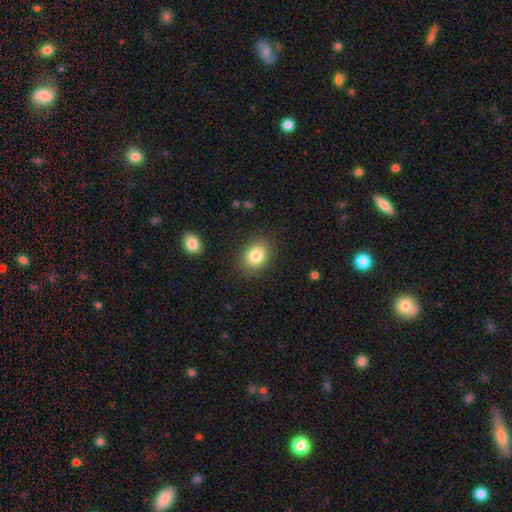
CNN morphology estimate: Smooth or featured?
  - smooth: 82% *
  - featured or disk: 9%
  - star or artifact: 9%
How rounded?
  - in between: 69% *
  - round: 31%
  - cigar-shaped: 1%
Merging?
  - none: 85% *
  - minor disturbance: 10%
  - major disturbance: 3%
  - merger: 2%